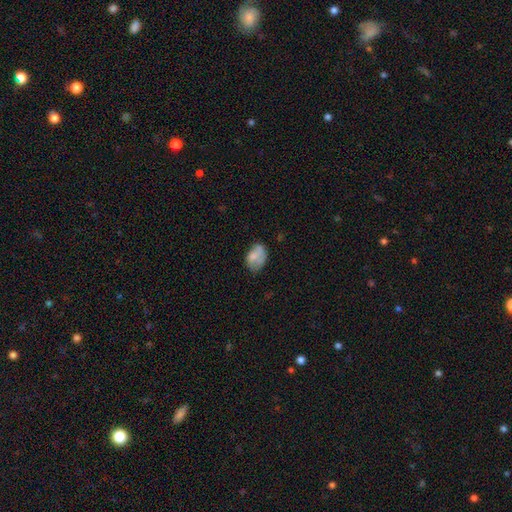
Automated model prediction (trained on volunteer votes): smooth 66%, featured or disk 26%, star or artifact 8%. Down the decision tree: how rounded — in between (82%); merging — none (46%).